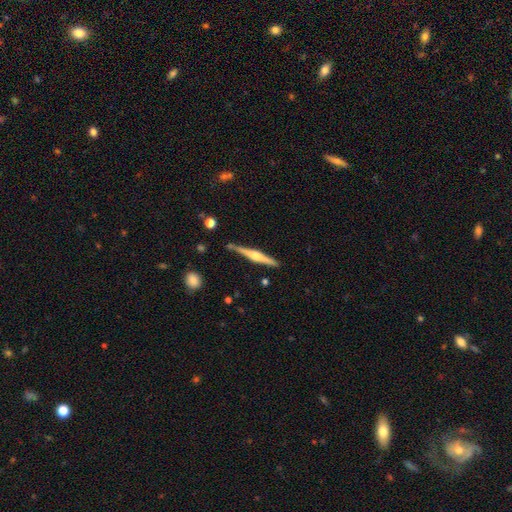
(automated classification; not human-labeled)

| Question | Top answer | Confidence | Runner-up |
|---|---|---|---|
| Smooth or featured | featured or disk | 77% | smooth (18%) |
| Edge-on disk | yes | 98% | no (2%) |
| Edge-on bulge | rounded | 89% | boxy (7%) |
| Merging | none | 86% | minor disturbance (10%) |